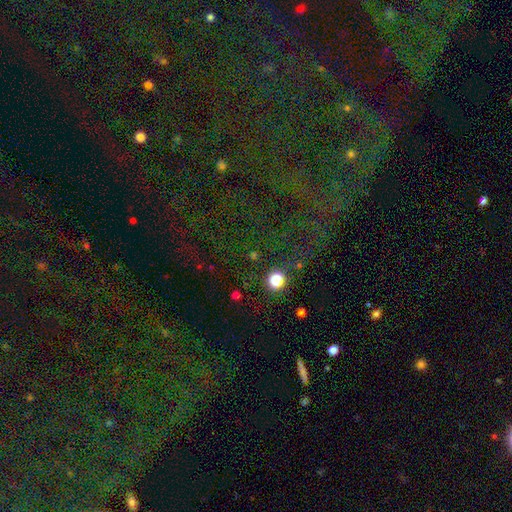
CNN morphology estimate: Overall: star or artifact (79%).